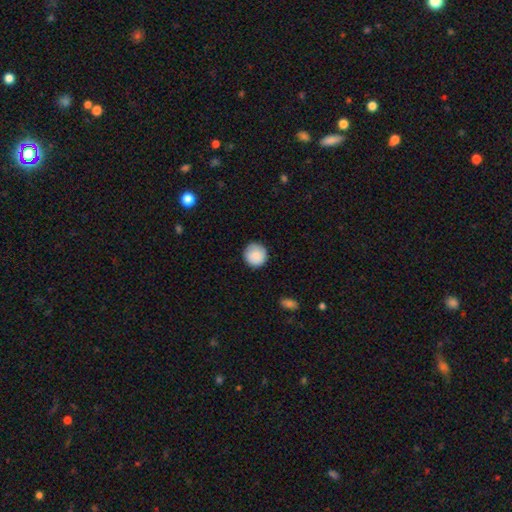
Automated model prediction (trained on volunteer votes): Q: Smooth or featured?
A: smooth (85%); runner-up: featured or disk (8%)
Q: How rounded?
A: round (95%); runner-up: in between (4%)
Q: Merging?
A: none (88%); runner-up: minor disturbance (9%)